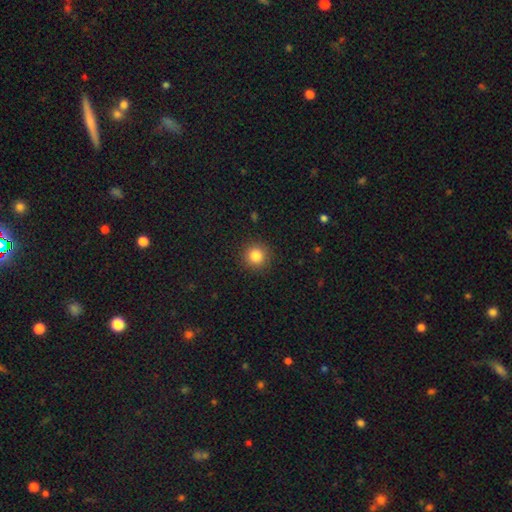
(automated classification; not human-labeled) A smooth galaxy with no disk features (84%) that is round (95%). Merging: none (91%).